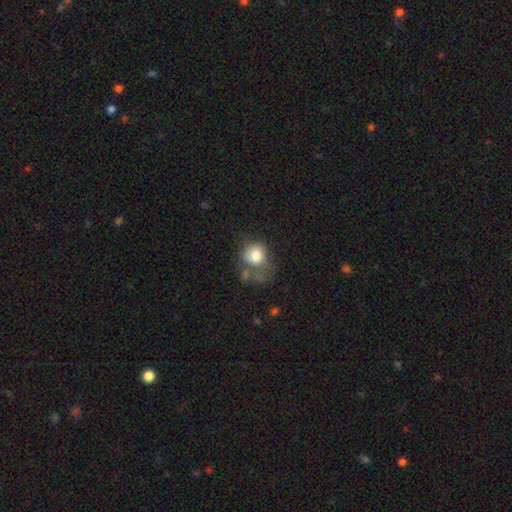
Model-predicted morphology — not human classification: smooth-or-featured: smooth: 74% | featured or disk: 18% | star or artifact: 8%
  how-rounded: round: 64% | in between: 35% | cigar-shaped: 1%
  merging: major disturbance: 33% | none: 28% | minor disturbance: 23% | merger: 16%